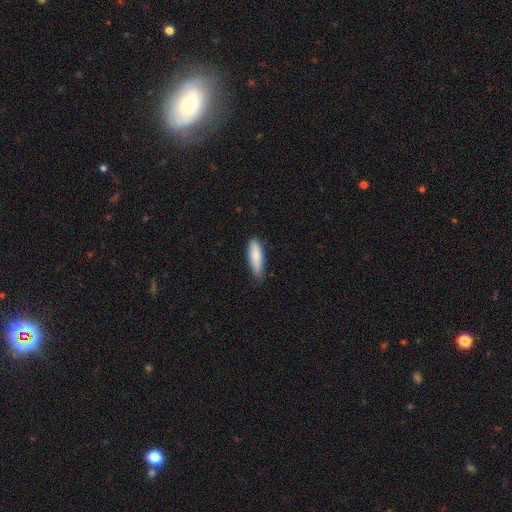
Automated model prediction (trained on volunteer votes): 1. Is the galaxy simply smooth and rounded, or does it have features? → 83% smooth, 11% featured or disk, 6% star or artifact.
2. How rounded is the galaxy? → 56% cigar-shaped, 43% in between, 2% round.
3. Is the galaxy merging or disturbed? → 71% none, 25% minor disturbance, 3% major disturbance, 1% merger.